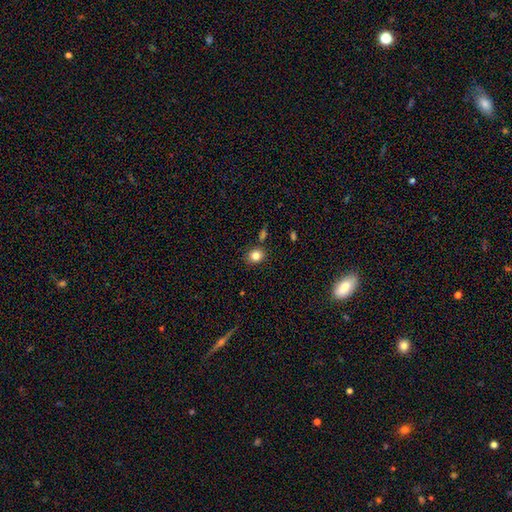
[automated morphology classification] Q: Smooth or featured?
A: smooth (82%); runner-up: star or artifact (11%)
Q: How rounded?
A: round (69%); runner-up: in between (30%)
Q: Merging?
A: none (83%); runner-up: minor disturbance (10%)